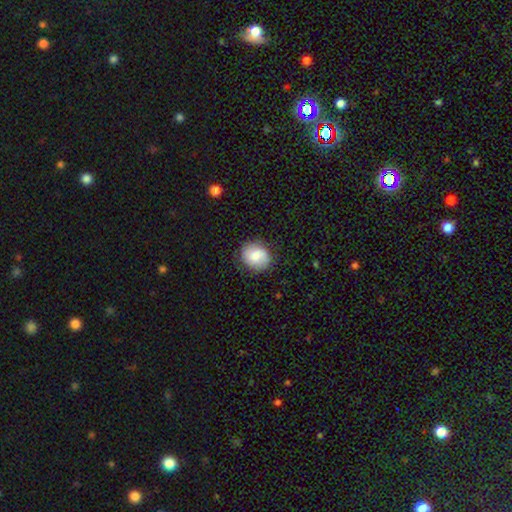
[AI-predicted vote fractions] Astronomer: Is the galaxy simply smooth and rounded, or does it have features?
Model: smooth — 71%.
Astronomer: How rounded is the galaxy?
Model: round — 71%.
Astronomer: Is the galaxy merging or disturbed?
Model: none — 80%.